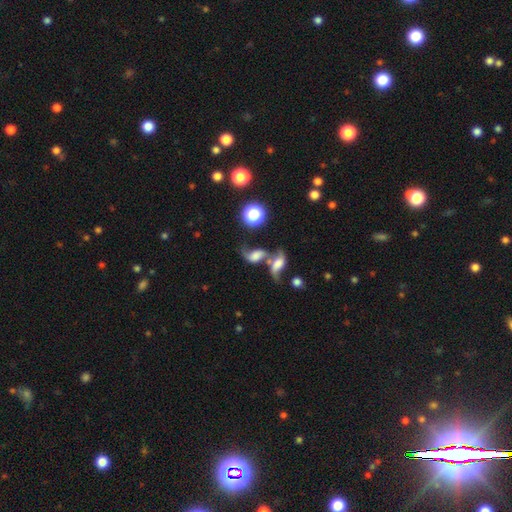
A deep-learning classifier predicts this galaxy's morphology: This is possibly a featured or disk galaxy (52%). It is clearly not viewed edge-on (94%). Merging: possibly merger (56%).